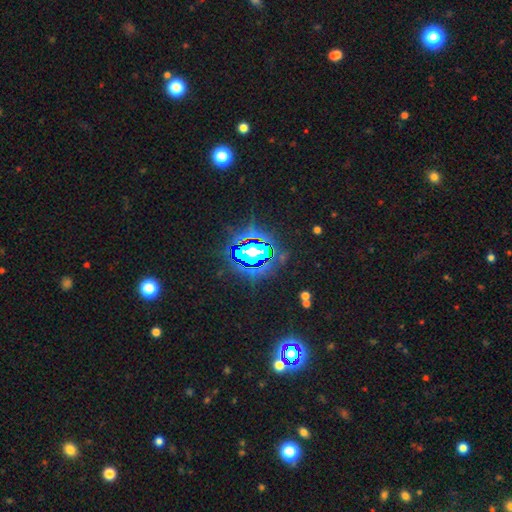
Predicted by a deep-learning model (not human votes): Smooth or featured? star or artifact (79%)